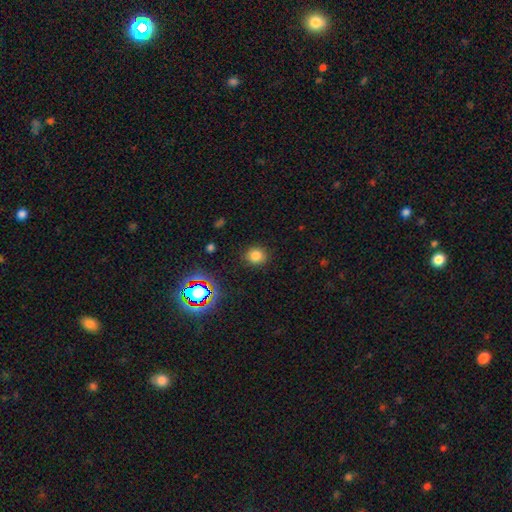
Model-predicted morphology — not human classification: Smooth or featured? Predicted: smooth (p=0.78). How rounded? Predicted: round (p=0.83). Merging? Predicted: none (p=0.88).